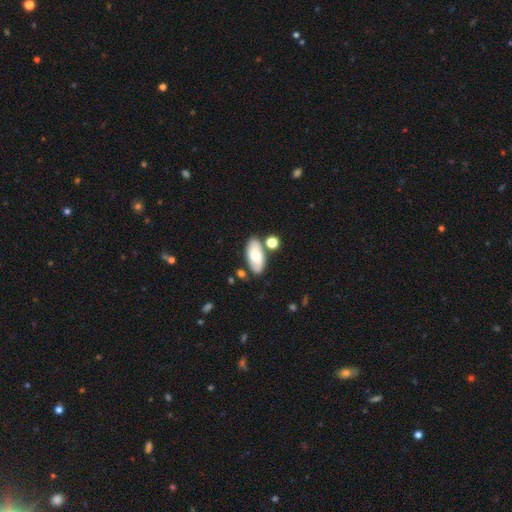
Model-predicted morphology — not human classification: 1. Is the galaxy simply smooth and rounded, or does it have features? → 72% smooth, 21% featured or disk, 7% star or artifact.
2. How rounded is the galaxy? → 90% in between, 7% cigar-shaped, 3% round.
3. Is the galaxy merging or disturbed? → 73% none, 13% minor disturbance, 11% merger, 3% major disturbance.